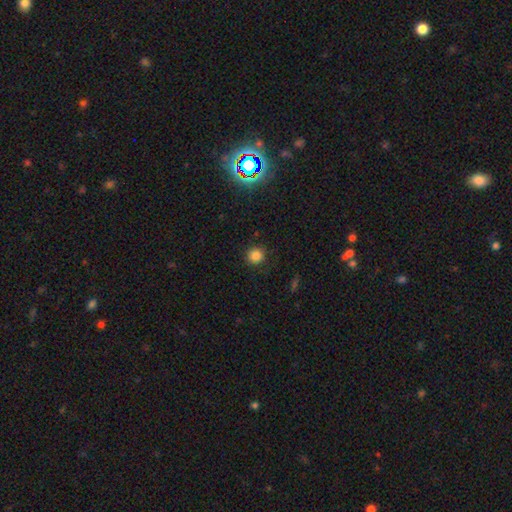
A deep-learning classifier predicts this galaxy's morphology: This is clearly a smooth galaxy (83%). How rounded: clearly round (94%). Merging: clearly none (90%).